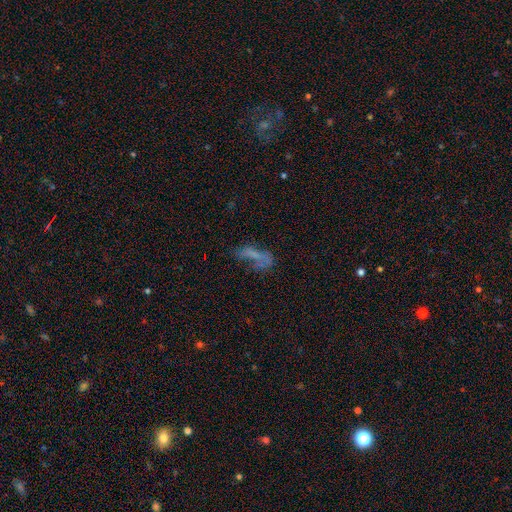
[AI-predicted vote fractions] Morphology: type=smooth (47%); merging=major disturbance (34%).